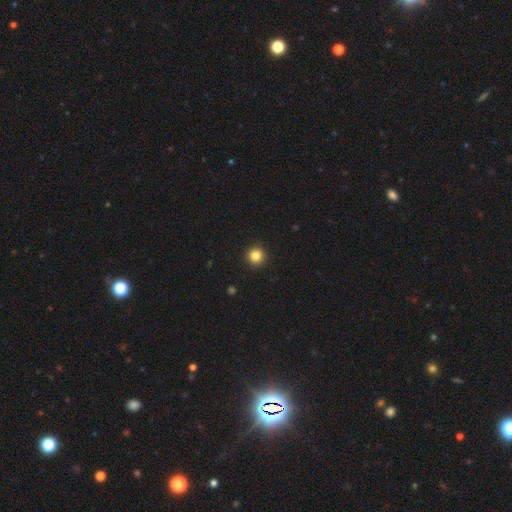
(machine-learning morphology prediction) Q: Smooth or featured?
A: smooth (84%); runner-up: star or artifact (12%)
Q: How rounded?
A: round (96%); runner-up: in between (3%)
Q: Merging?
A: none (94%); runner-up: minor disturbance (4%)